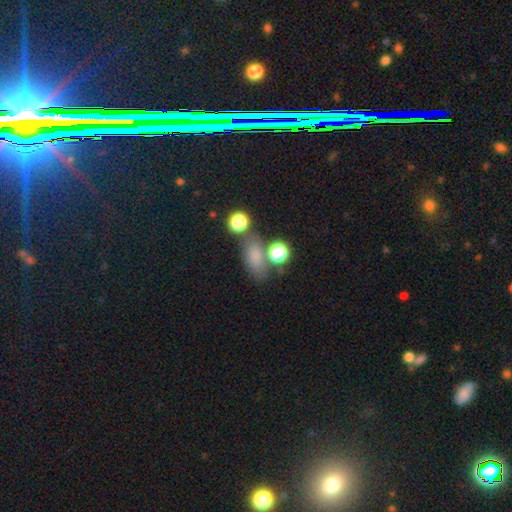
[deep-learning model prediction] Smooth or featured? Predicted: smooth (p=0.75). How rounded? Predicted: in between (p=0.76). Merging? Predicted: none (p=0.60).